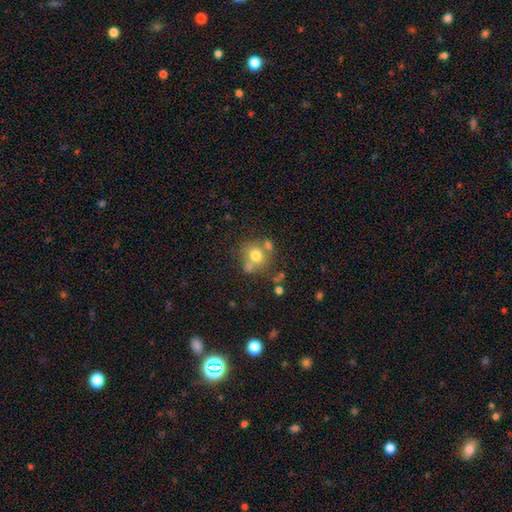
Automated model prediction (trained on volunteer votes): smooth 70%, featured or disk 18%, star or artifact 13%. Down the decision tree: how rounded — round (79%); merging — none (54%).